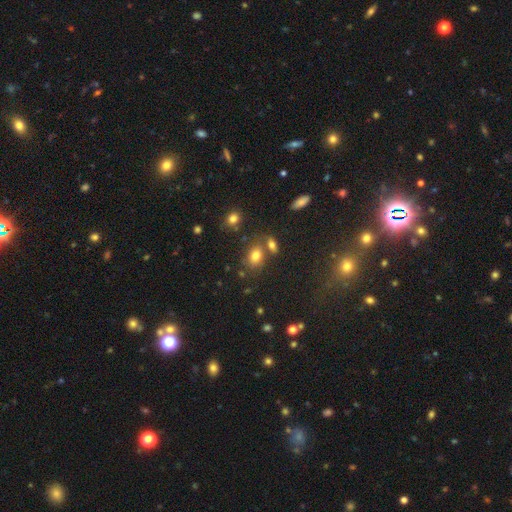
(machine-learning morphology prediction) smooth_or_featured: smooth (p=0.75) [alt: star or artifact p=0.14]
how_rounded: in between (p=0.72) [alt: round p=0.27]
merging: none (p=0.61) [alt: merger p=0.22]